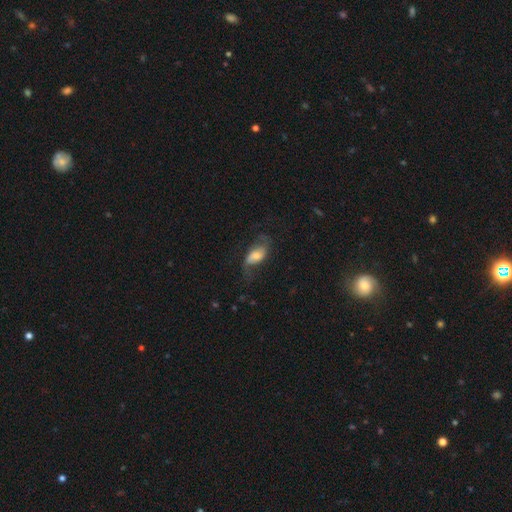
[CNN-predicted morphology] type=smooth (46%, tied with featured or disk); merging=none (50%).